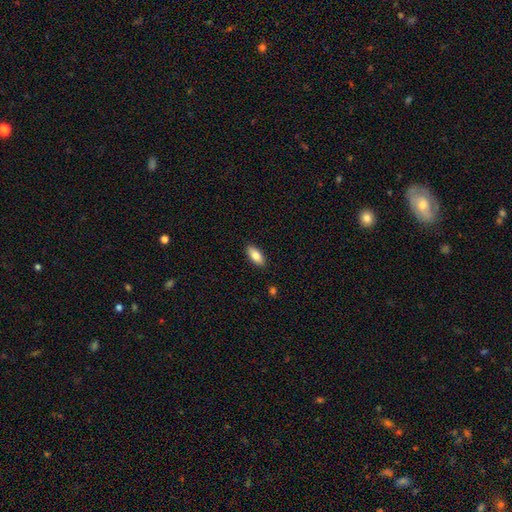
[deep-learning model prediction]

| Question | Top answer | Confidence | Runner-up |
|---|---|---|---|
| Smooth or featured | smooth | 81% | featured or disk (13%) |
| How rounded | in between | 87% | cigar-shaped (11%) |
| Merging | none | 89% | minor disturbance (8%) |